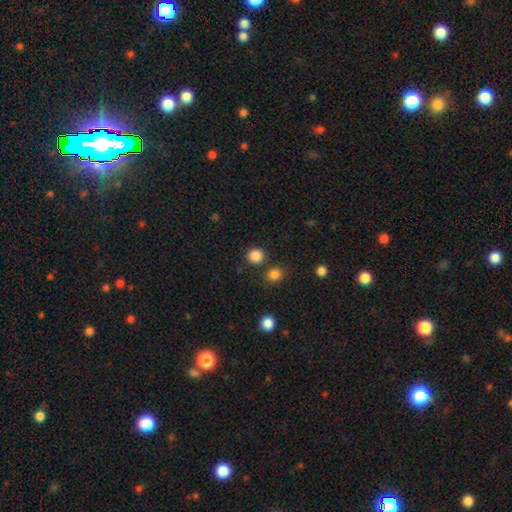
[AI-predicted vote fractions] smooth_or_featured: smooth (p=0.85) [alt: star or artifact p=0.12]
how_rounded: round (p=0.91) [alt: in between p=0.09]
merging: none (p=0.84) [alt: minor disturbance p=0.07]